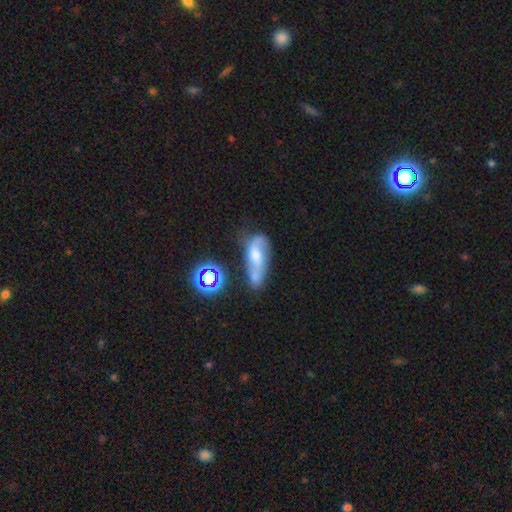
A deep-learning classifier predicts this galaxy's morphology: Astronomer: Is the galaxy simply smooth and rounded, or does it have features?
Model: featured or disk — 52% (runner-up: smooth, 31%).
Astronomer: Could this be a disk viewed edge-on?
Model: no — 88%.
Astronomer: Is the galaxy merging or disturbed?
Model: none — 34% (runner-up: merger, 30%).